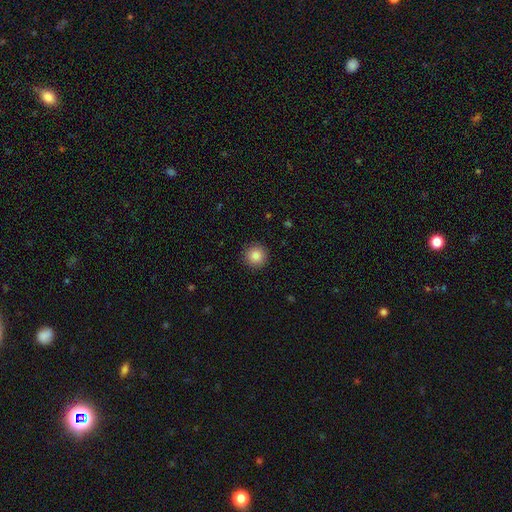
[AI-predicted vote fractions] smooth 85%, star or artifact 9%, featured or disk 5%. Down the decision tree: how rounded — round (96%); merging — none (92%).